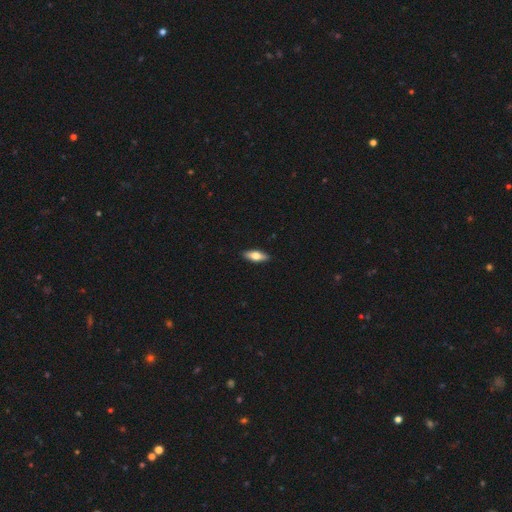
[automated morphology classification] type=smooth (64%); roundness=in between (69%); merging=none (90%).